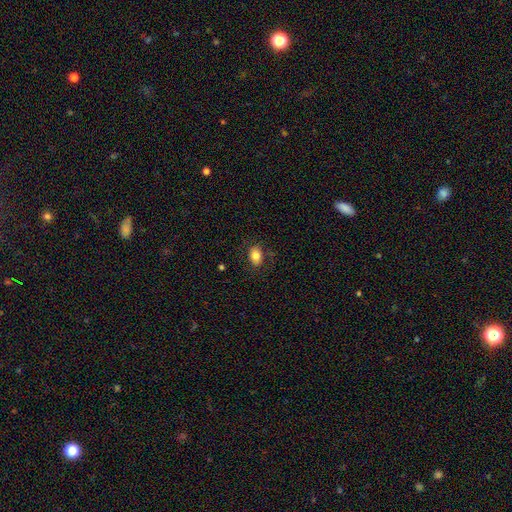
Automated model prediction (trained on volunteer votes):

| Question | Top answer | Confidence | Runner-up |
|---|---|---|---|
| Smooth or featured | smooth | 82% | featured or disk (9%) |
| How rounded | in between | 76% | round (23%) |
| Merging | none | 82% | minor disturbance (12%) |